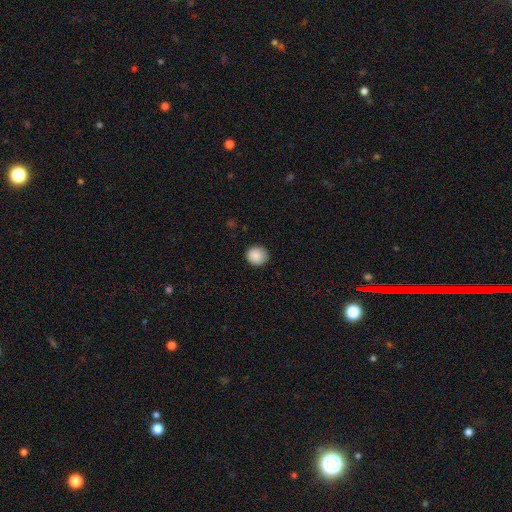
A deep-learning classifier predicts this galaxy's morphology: A smooth galaxy with no disk features (88%) that is round (90%). Merging: none (89%).